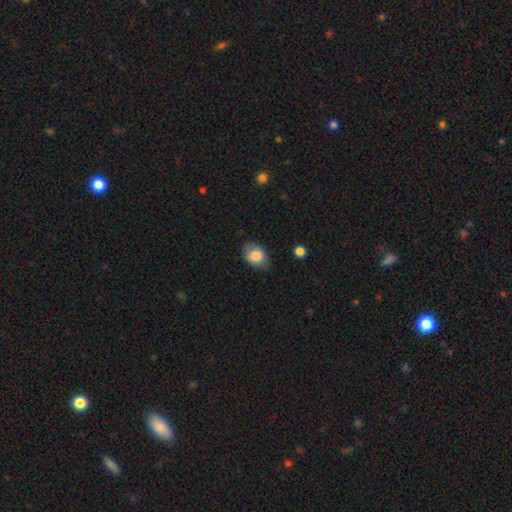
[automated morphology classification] This is clearly a smooth galaxy (83%). How rounded: likely in between (75%). Merging: likely none (77%).